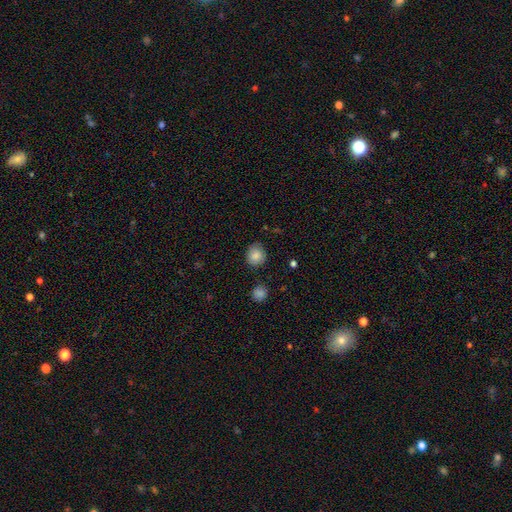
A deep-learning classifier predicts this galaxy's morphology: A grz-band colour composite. It shows a smooth galaxy with no disk features (85%) that is round (77%). Merging: none (81%).